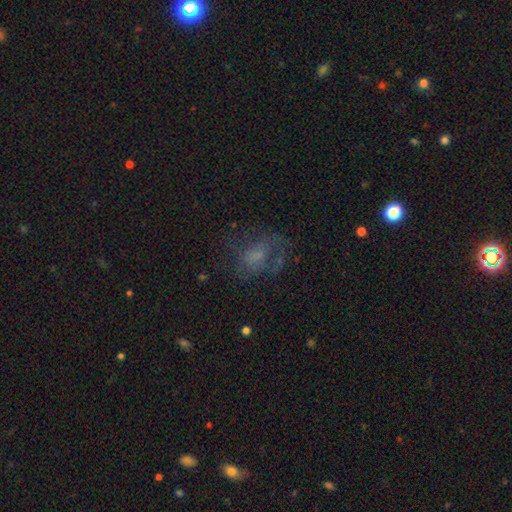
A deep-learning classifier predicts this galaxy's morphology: Smooth or featured? featured or disk (44%)
Merging? none (47%)